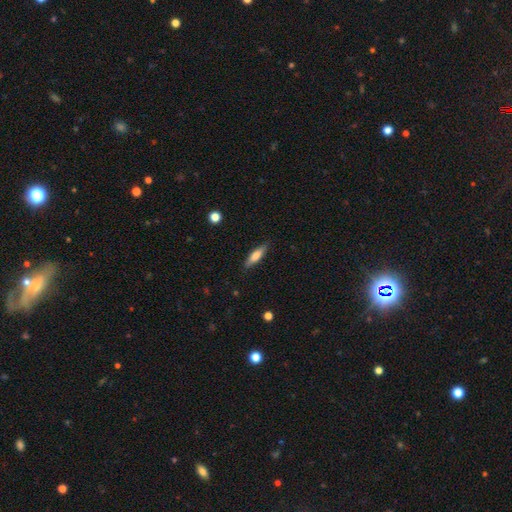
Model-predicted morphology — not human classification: Smooth or featured: smooth — 69% (featured or disk — 25%)
How rounded: cigar-shaped — 67% (in between — 31%)
Merging: none — 86% (minor disturbance — 11%)